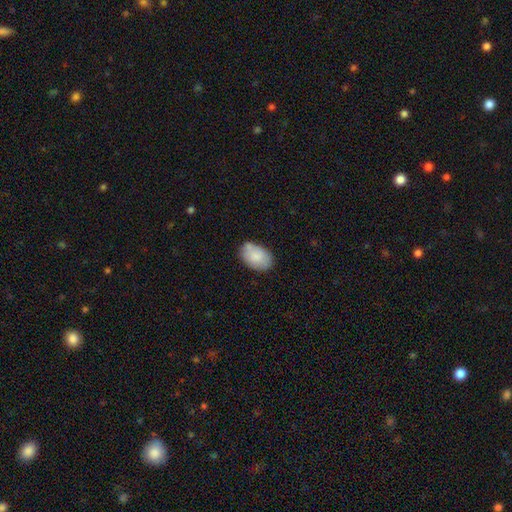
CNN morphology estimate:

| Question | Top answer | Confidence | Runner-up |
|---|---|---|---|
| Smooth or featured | smooth | 82% | featured or disk (12%) |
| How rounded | in between | 90% | round (9%) |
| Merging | none | 66% | minor disturbance (23%) |